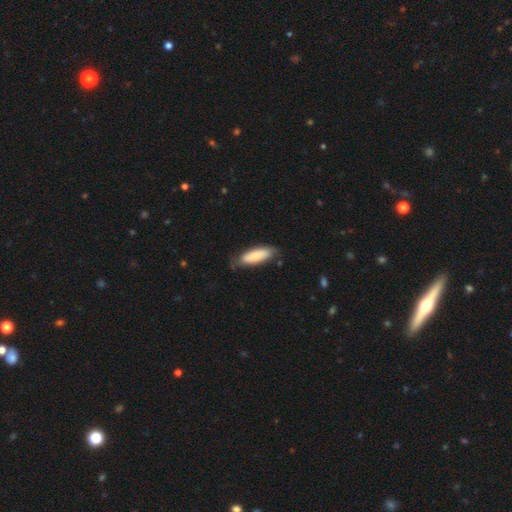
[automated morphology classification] type=smooth (75%); roundness=in between (61%); merging=none (70%).